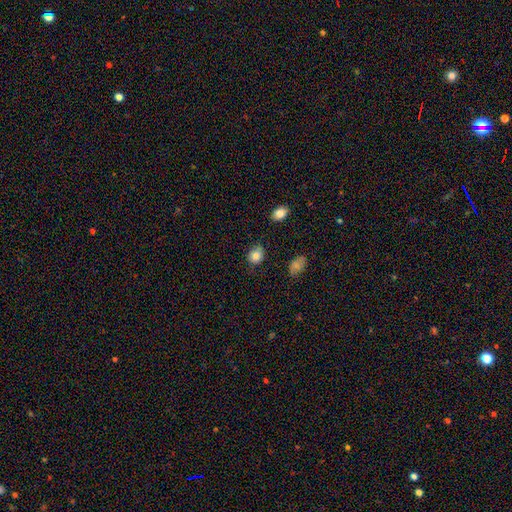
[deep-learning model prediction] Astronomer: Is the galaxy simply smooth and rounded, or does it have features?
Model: smooth — 84%.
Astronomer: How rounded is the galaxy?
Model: round — 59% (runner-up: in between, 40%).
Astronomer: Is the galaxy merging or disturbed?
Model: none — 75%.